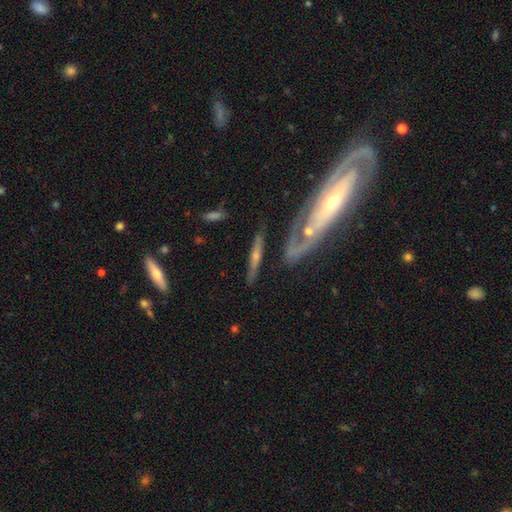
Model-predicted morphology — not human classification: Smooth or featured? Predicted: featured or disk (p=0.65). Edge-on disk? Predicted: yes (p=0.79). Edge-on bulge? Predicted: rounded (p=0.77). Merging? Predicted: none (p=0.72).